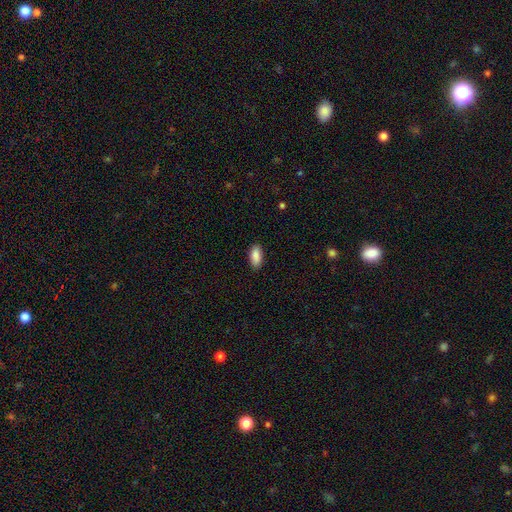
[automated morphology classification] smooth_or_featured: smooth (p=0.89) [alt: star or artifact p=0.06]
how_rounded: in between (p=0.89) [alt: cigar-shaped p=0.09]
merging: none (p=0.88) [alt: minor disturbance p=0.09]